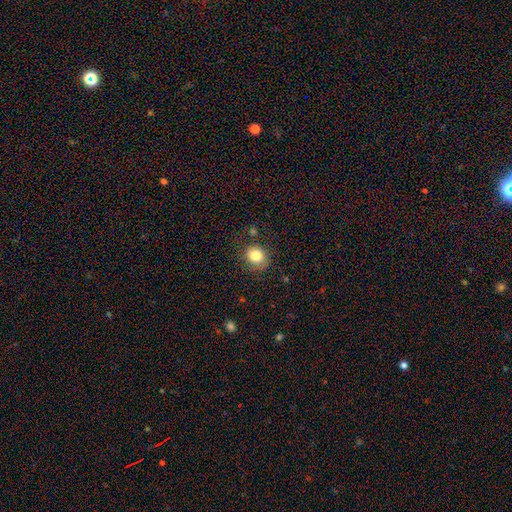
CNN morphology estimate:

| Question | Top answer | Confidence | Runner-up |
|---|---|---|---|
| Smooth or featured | smooth | 82% | star or artifact (10%) |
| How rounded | round | 73% | in between (26%) |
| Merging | none | 75% | minor disturbance (16%) |